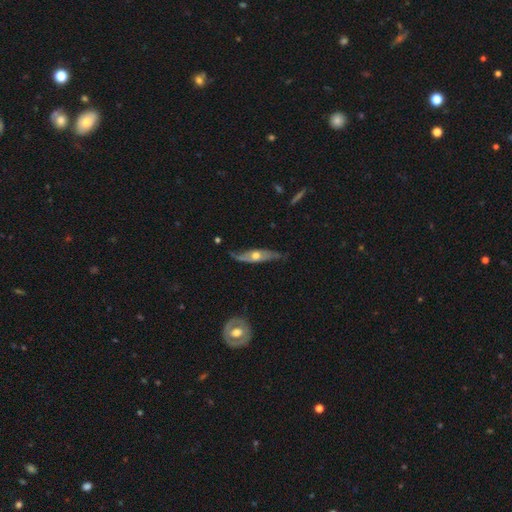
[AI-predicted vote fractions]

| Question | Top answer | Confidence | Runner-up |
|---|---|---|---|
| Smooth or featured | featured or disk | 71% | smooth (24%) |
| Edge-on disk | yes | 57% | no (43%) |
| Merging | none | 64% | minor disturbance (27%) |